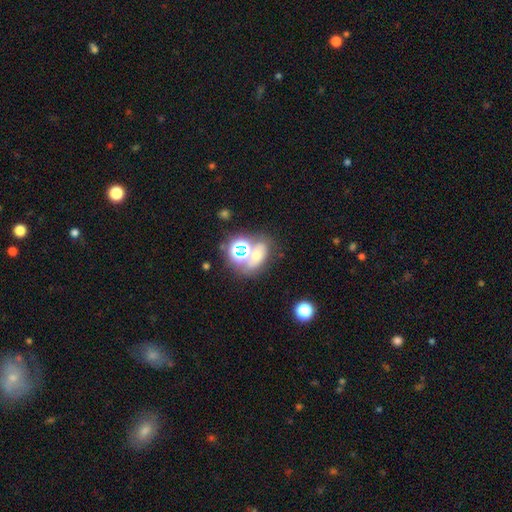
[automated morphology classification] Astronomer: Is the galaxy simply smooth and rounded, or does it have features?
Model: smooth — 45% (runner-up: star or artifact, 36%).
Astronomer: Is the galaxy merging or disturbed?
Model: none — 48% (runner-up: merger, 30%).